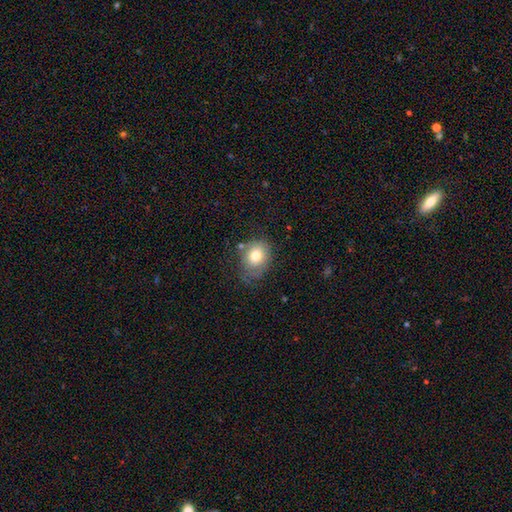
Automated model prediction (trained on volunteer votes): This is likely a smooth galaxy (75%). How rounded: possibly round (54%). Merging: possibly none (55%).